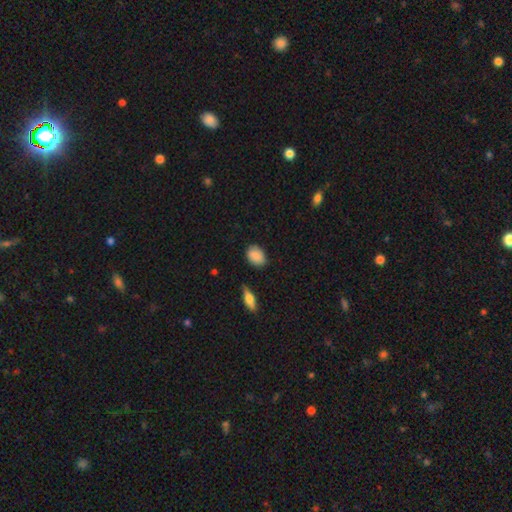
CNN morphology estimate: smooth 87%, star or artifact 7%, featured or disk 6%. Down the decision tree: how rounded — in between (74%); merging — none (79%).